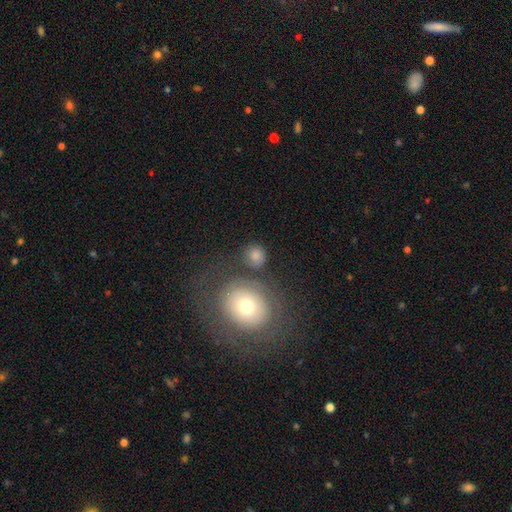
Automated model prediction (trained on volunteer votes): Smooth or featured?
  - smooth: 78% *
  - featured or disk: 12%
  - star or artifact: 10%
How rounded?
  - round: 85% *
  - in between: 14%
  - cigar-shaped: 1%
Merging?
  - none: 71% *
  - minor disturbance: 12%
  - merger: 11%
  - major disturbance: 7%